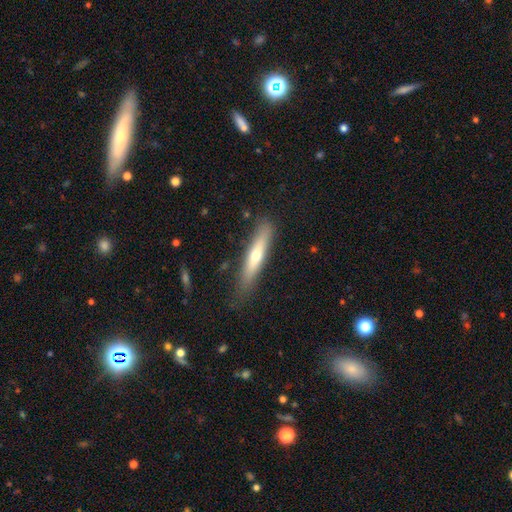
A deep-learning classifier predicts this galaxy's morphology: Q: Smooth or featured?
A: smooth (52%); runner-up: featured or disk (41%)
Q: How rounded?
A: cigar-shaped (87%); runner-up: in between (11%)
Q: Merging?
A: none (81%); runner-up: minor disturbance (14%)